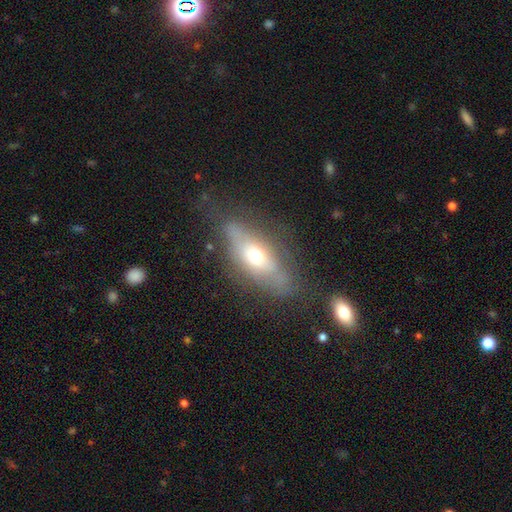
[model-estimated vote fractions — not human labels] Q: Smooth or featured?
A: featured or disk (48%); runner-up: smooth (44%)
Q: Merging?
A: none (60%); runner-up: minor disturbance (24%)